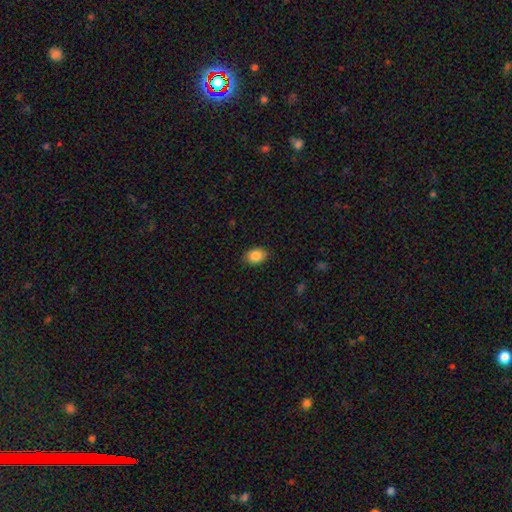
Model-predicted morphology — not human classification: The model was most divided on "how rounded": in between: 71%, round: 28%, cigar-shaped: 1%. More confident: merging — none (86%); smooth or featured — smooth (86%).